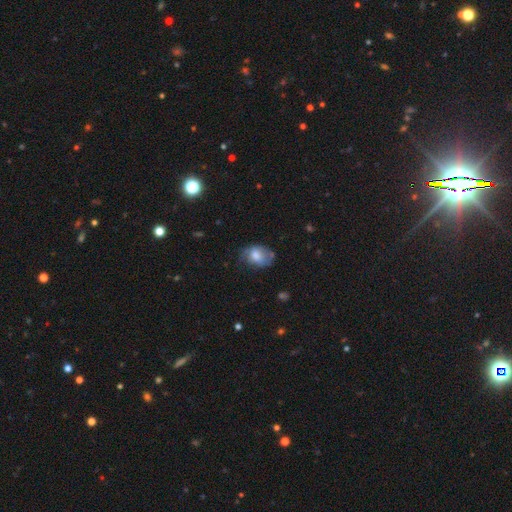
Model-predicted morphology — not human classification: Smooth or featured?
  - smooth: 71% *
  - featured or disk: 21%
  - star or artifact: 8%
How rounded?
  - in between: 71% *
  - round: 28%
  - cigar-shaped: 1%
Merging?
  - none: 51% *
  - minor disturbance: 33%
  - major disturbance: 13%
  - merger: 3%